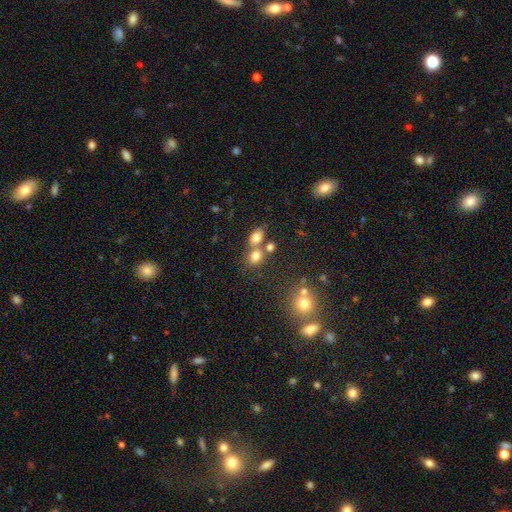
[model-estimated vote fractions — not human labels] smooth_or_featured: smooth (p=0.75) [alt: star or artifact p=0.14]
how_rounded: round (p=0.56) [alt: in between p=0.42]
merging: none (p=0.47) [alt: merger p=0.39]